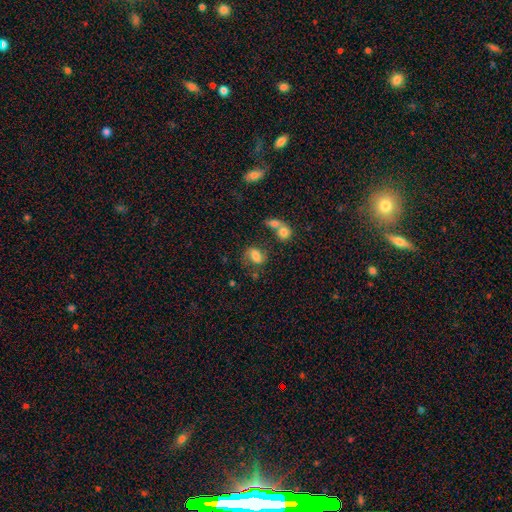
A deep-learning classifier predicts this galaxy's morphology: smooth-or-featured: smooth: 58% | featured or disk: 30% | star or artifact: 11%
  how-rounded: in between: 69% | round: 29% | cigar-shaped: 2%
  merging: none: 57% | minor disturbance: 18% | merger: 15% | major disturbance: 10%